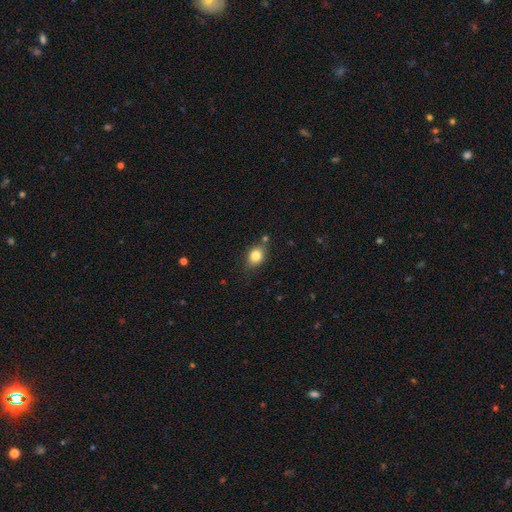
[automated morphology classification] smooth_or_featured: smooth (p=0.82) [alt: star or artifact p=0.10]
how_rounded: in between (p=0.50) [alt: round p=0.49]
merging: none (p=0.74) [alt: minor disturbance p=0.16]